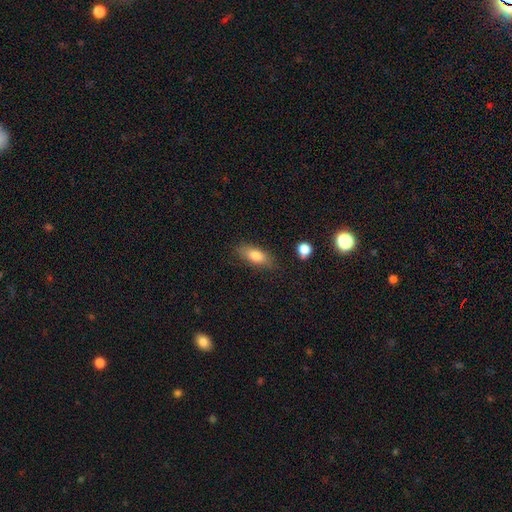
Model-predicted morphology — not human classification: A smooth galaxy with no disk features (79%) that is in between round and cigar-shaped (77%). Merging: none (79%).